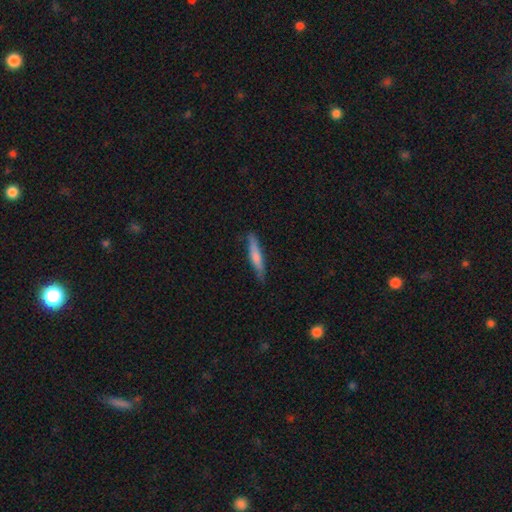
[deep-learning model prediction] smooth_or_featured: smooth (p=0.67) [alt: featured or disk p=0.28]
how_rounded: cigar-shaped (p=0.91) [alt: in between p=0.07]
merging: none (p=0.82) [alt: minor disturbance p=0.14]